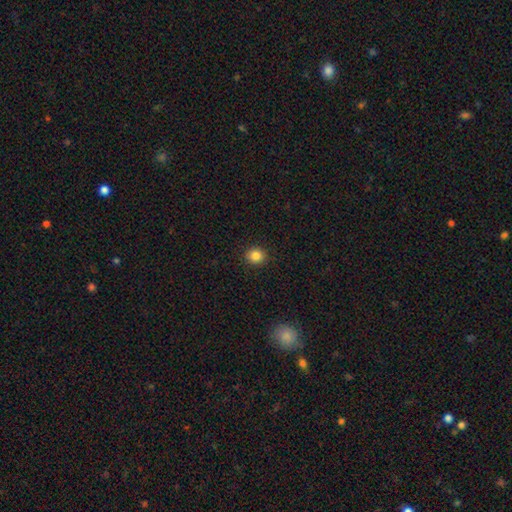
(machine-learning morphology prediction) The model was most divided on "how rounded": round: 83%, in between: 16%, cigar-shaped: 1%. More confident: merging — none (92%); smooth or featured — smooth (85%).